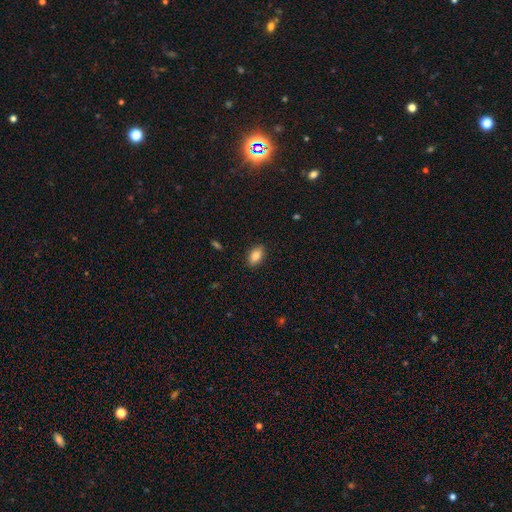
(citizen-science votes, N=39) This is clearly a smooth galaxy (90%). How rounded: clearly in between (94%). Merging: clearly none (89%).